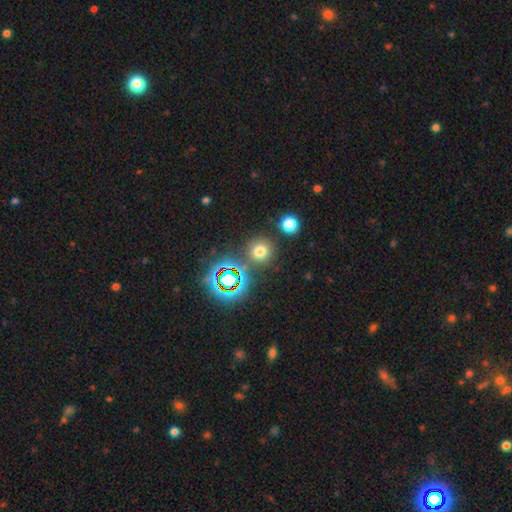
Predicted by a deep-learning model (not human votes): A smooth galaxy with no disk features (47%). Merging: none (82%).